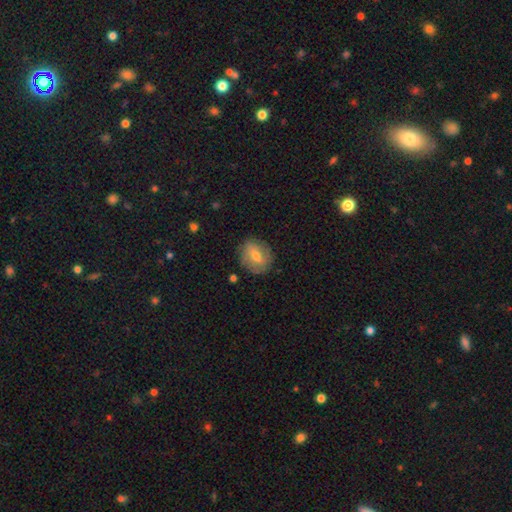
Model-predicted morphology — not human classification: smooth_or_featured: smooth (p=0.52) [alt: featured or disk p=0.40]
how_rounded: round (p=0.58) [alt: in between p=0.40]
merging: none (p=0.78) [alt: minor disturbance p=0.16]